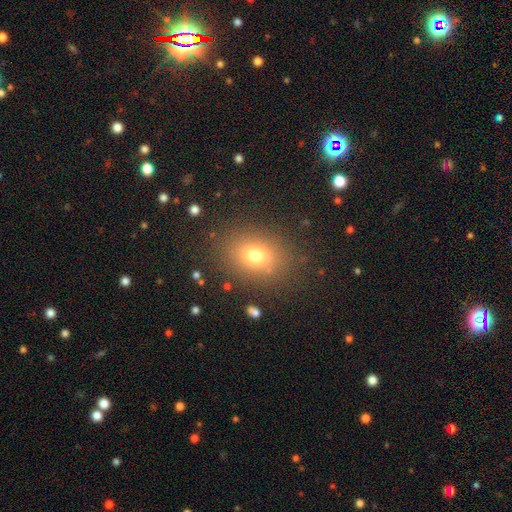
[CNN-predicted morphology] Overall: smooth (73%). How rounded: in between (57%; round 42%). Merging: none (84%).